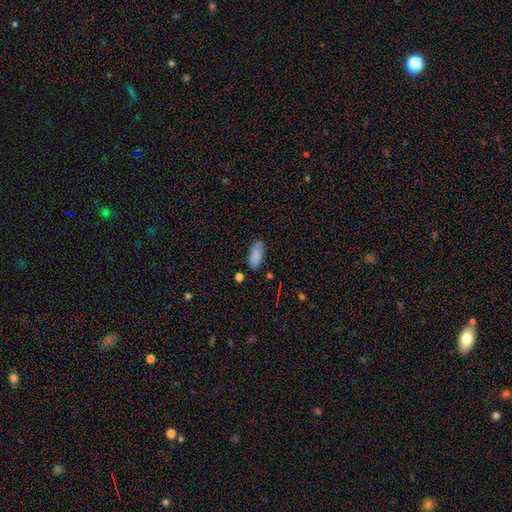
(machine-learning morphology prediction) Smooth or featured?
  - smooth: 85% *
  - star or artifact: 8%
  - featured or disk: 8%
How rounded?
  - in between: 84% *
  - cigar-shaped: 14%
  - round: 2%
Merging?
  - none: 77% *
  - minor disturbance: 17%
  - major disturbance: 3%
  - merger: 3%